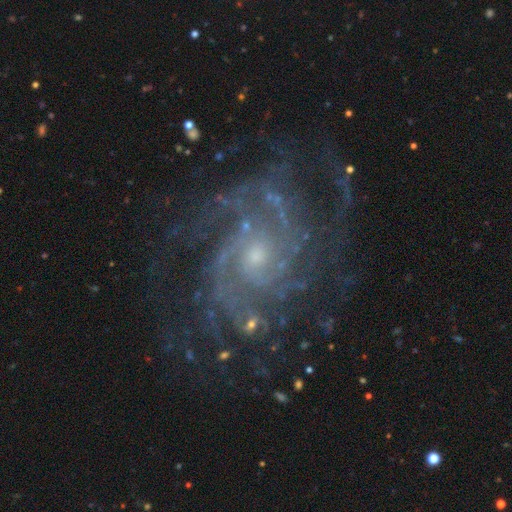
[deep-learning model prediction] This is clearly a featured or disk galaxy (90%). It is clearly not viewed edge-on (98%). Bar: likely no (71%). Spiral arm pattern: clearly yes (98%). Spiral arm count: marginally 3 (21%, tied with 2). Spiral winding: possibly tight (53%). Central bulge: likely small (63%). Merging: likely none (70%).